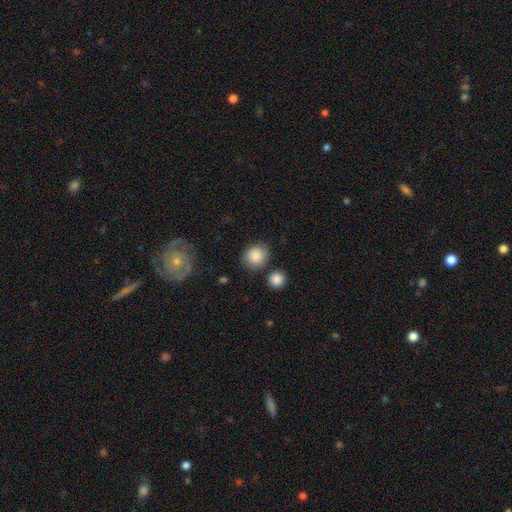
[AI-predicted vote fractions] Q: Smooth or featured?
A: smooth (87%); runner-up: star or artifact (7%)
Q: How rounded?
A: round (66%); runner-up: in between (33%)
Q: Merging?
A: none (75%); runner-up: minor disturbance (14%)